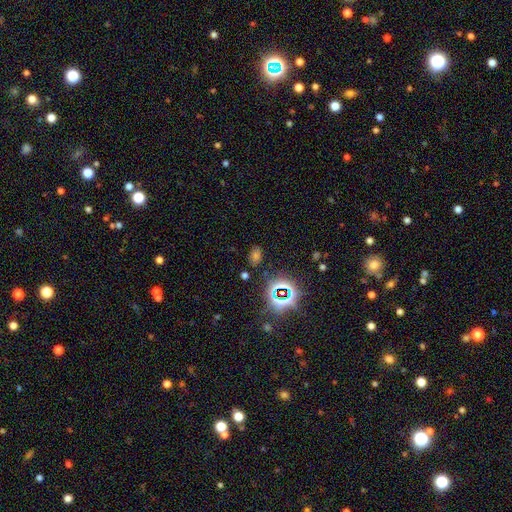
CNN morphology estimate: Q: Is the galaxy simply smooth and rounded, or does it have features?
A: star or artifact — 51%.